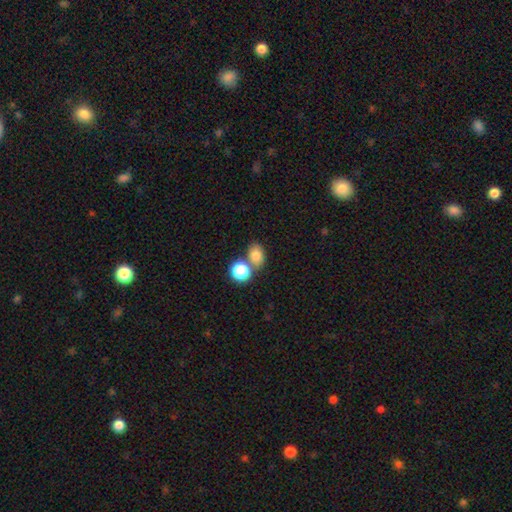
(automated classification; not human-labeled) A smooth galaxy with no disk features (80%) that is in between round and cigar-shaped (64%).

Vote fractions:
- Smooth or featured? smooth: 80% / star or artifact: 12% / featured or disk: 7%
- How rounded? in between: 64% / round: 34% / cigar-shaped: 1%
- Merging? none: 57% / merger: 30% / minor disturbance: 10% / major disturbance: 4%